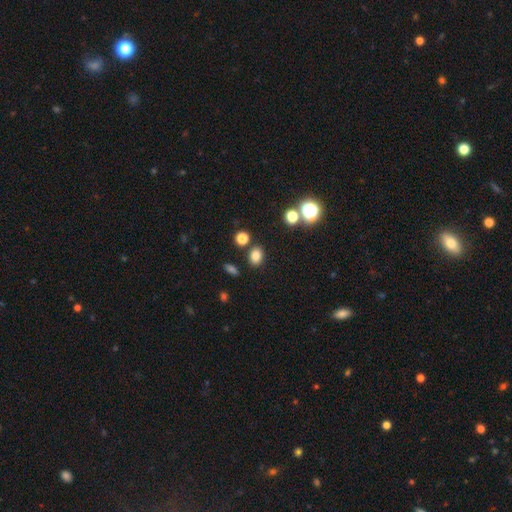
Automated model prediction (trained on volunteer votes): A smooth galaxy with no disk features (80%) that is in between round and cigar-shaped (62%).

Vote fractions:
- Smooth or featured? smooth: 80% / star or artifact: 14% / featured or disk: 6%
- How rounded? in between: 62% / round: 37% / cigar-shaped: 1%
- Merging? none: 80% / minor disturbance: 10% / merger: 7% / major disturbance: 3%